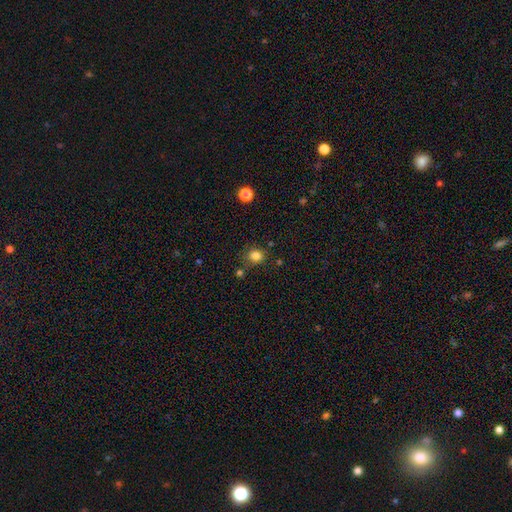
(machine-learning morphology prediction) smooth 82%, star or artifact 13%, featured or disk 5%. Down the decision tree: how rounded — round (74%); merging — none (76%).